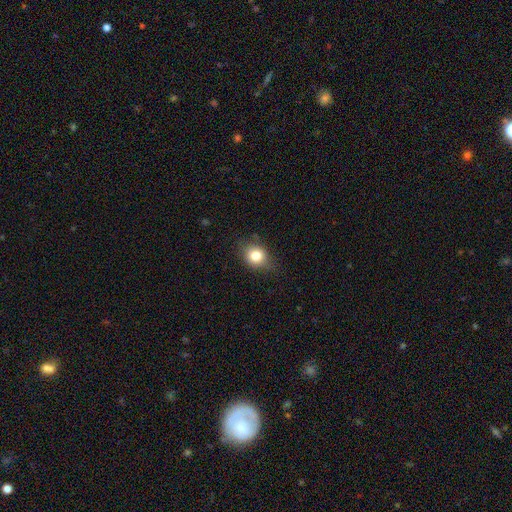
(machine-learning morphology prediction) type=smooth (78%); roundness=round (63%); merging=none (74%).